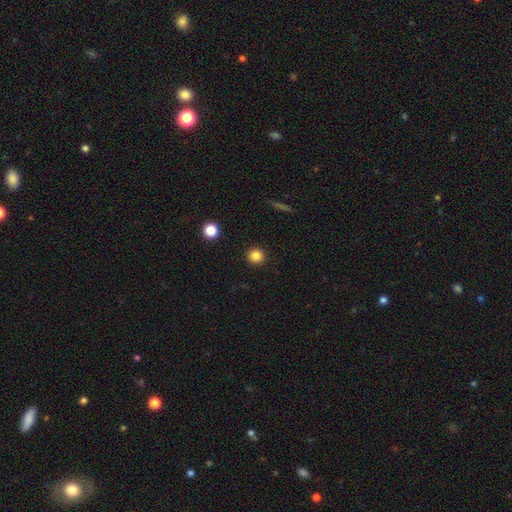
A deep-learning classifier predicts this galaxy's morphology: type=smooth (84%); roundness=round (93%); merging=none (92%).